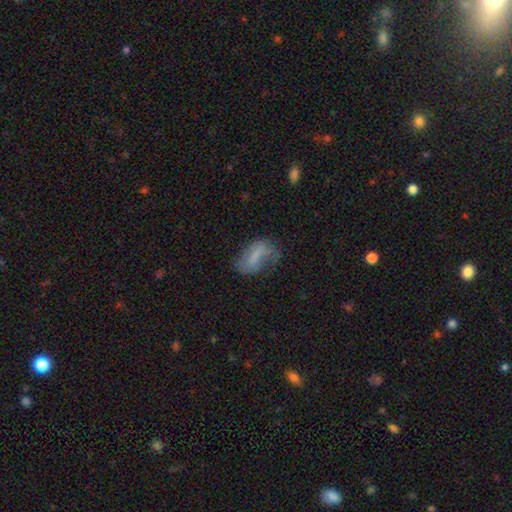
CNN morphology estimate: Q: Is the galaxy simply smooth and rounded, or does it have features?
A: smooth — 52%.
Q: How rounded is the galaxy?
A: in between — 87%.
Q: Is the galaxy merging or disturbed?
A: none — 45%.